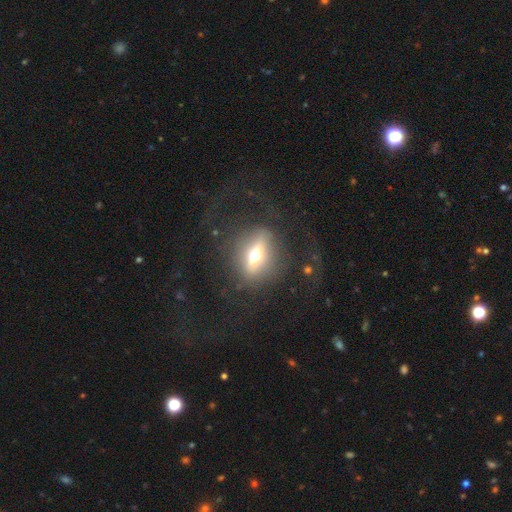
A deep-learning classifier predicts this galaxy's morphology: Smooth or featured? smooth (45%)
Merging? none (69%)